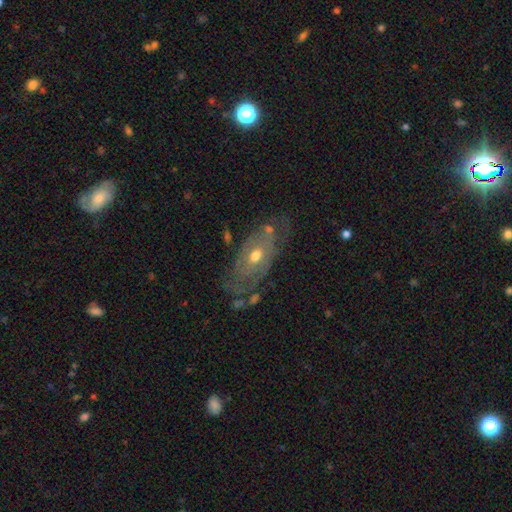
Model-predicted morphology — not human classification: Smooth or featured: featured or disk — 69% (smooth — 24%)
Edge-on disk: no — 86% (yes — 14%)
Bar: no — 79% (weak — 17%)
Spiral arms: yes — 55% (no — 45%)
Bulge size: moderate — 70% (small — 24%)
Merging: none — 61% (minor disturbance — 24%)